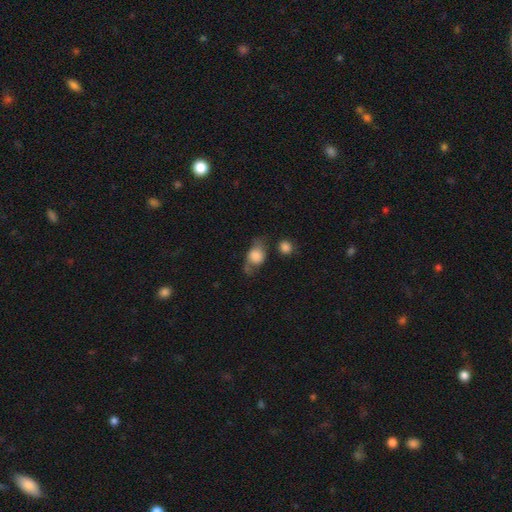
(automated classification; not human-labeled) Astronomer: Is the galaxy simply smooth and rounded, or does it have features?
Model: smooth — 62%.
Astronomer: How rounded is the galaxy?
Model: in between — 58% (runner-up: round, 40%).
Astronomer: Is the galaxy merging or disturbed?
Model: none — 44% (runner-up: minor disturbance, 28%).